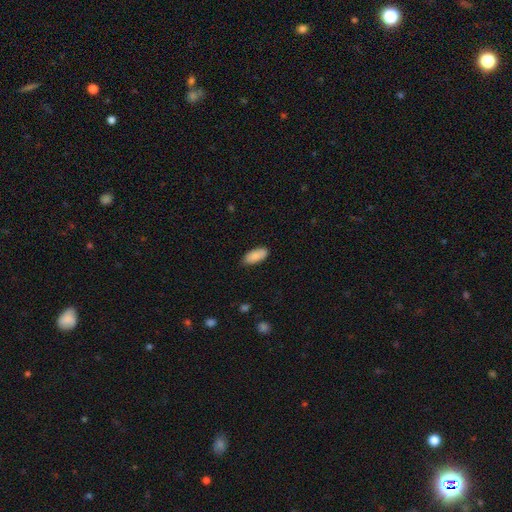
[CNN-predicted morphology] Smooth or featured? smooth (89%)
How rounded? in between (88%)
Merging? none (84%)